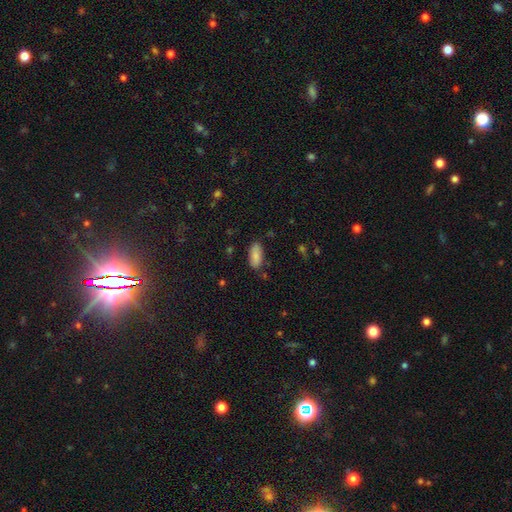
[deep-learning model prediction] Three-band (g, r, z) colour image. It shows a smooth galaxy with no disk features (85%) that is in between round and cigar-shaped (89%). Merging: none (79%).